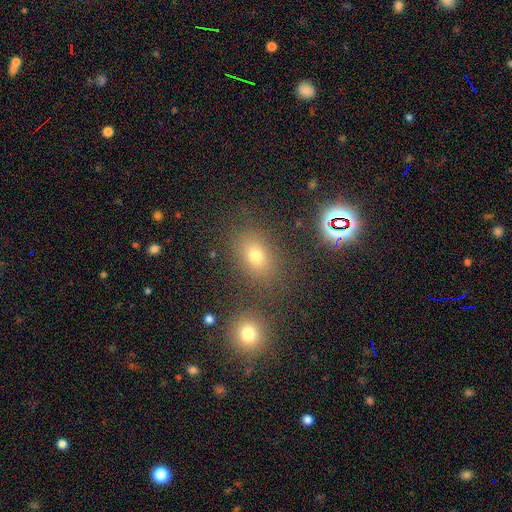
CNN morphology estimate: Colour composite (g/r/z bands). It shows a smooth galaxy with no disk features (68%) that is in between round and cigar-shaped (69%). Merging: none (78%).